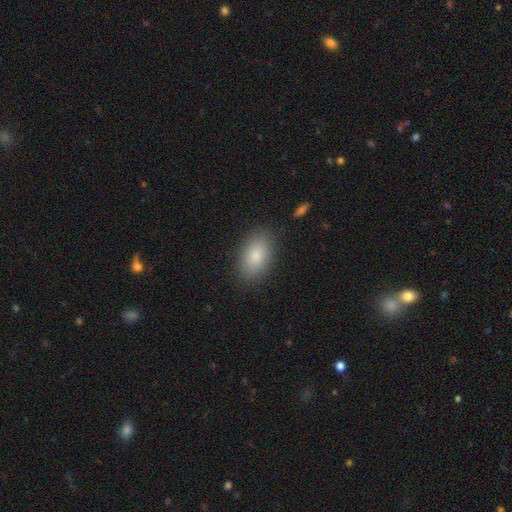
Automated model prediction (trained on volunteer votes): Smooth or featured: smooth — 86% (featured or disk — 8%)
How rounded: in between — 93% (round — 5%)
Merging: none — 87% (minor disturbance — 9%)